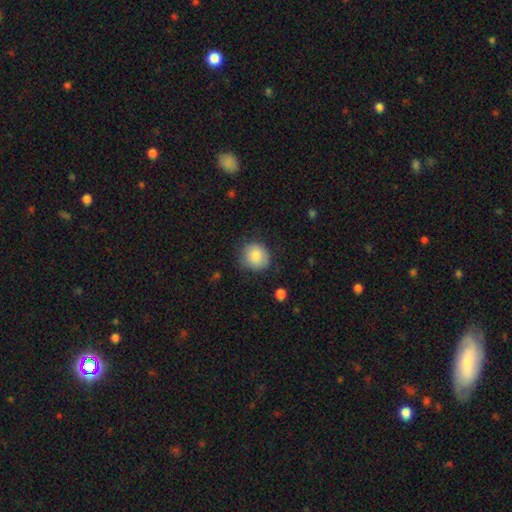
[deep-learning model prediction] Smooth or featured?
  - smooth: 85% *
  - star or artifact: 8%
  - featured or disk: 7%
How rounded?
  - round: 87% *
  - in between: 12%
  - cigar-shaped: 1%
Merging?
  - none: 78% *
  - minor disturbance: 16%
  - major disturbance: 4%
  - merger: 1%